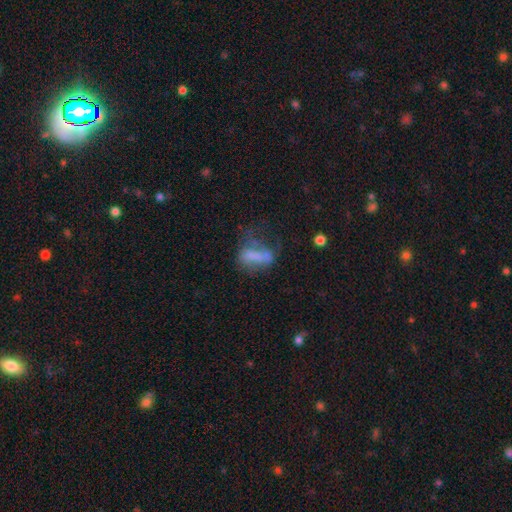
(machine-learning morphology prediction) Smooth or featured?
  - smooth: 52% *
  - featured or disk: 34%
  - star or artifact: 14%
How rounded?
  - in between: 68% *
  - cigar-shaped: 24%
  - round: 8%
Merging?
  - major disturbance: 38% *
  - none: 28%
  - minor disturbance: 21%
  - merger: 13%